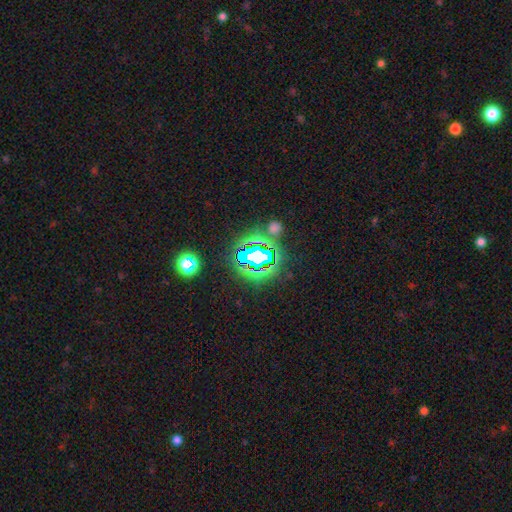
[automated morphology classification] Smooth or featured: star or artifact — 67% (smooth — 20%)